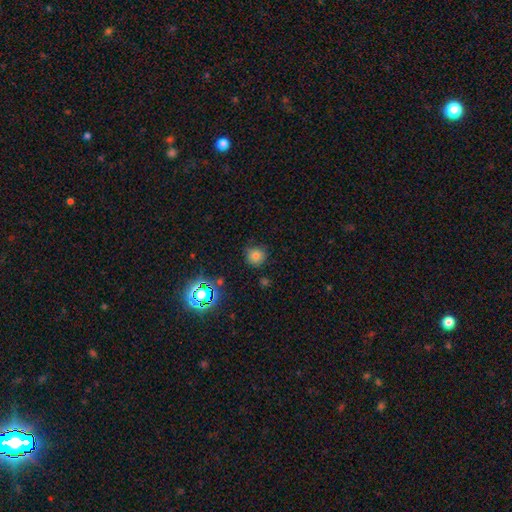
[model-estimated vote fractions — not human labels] Morphology: type=smooth (73%); roundness=round (91%); merging=none (79%).